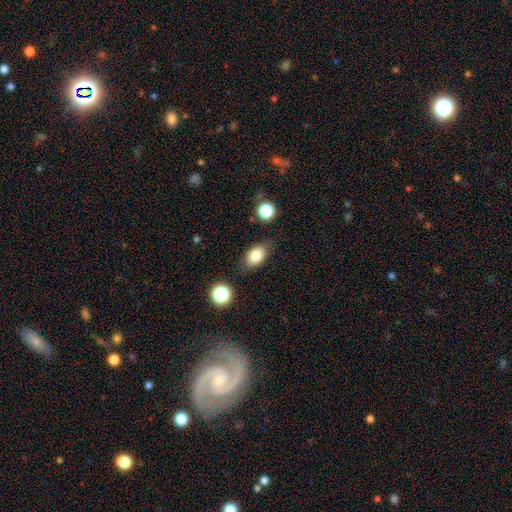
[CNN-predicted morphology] type=smooth (82%); roundness=in between (84%); merging=none (77%).